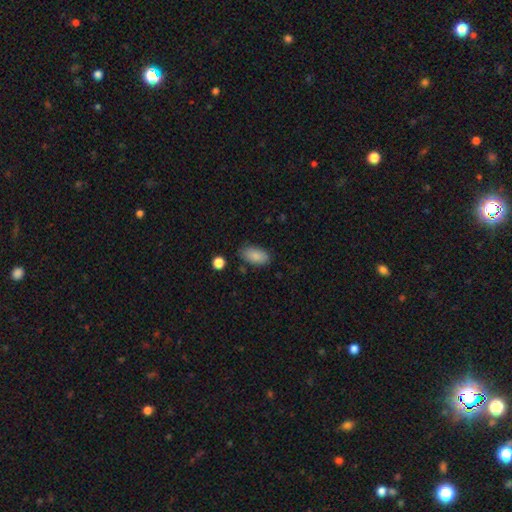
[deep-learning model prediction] Smooth or featured? smooth (86%)
How rounded? in between (93%)
Merging? none (78%)